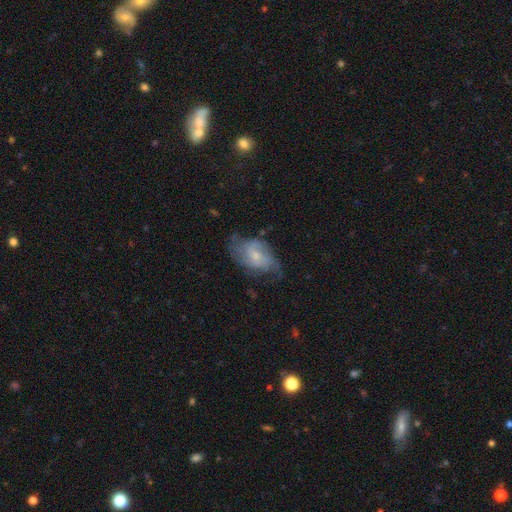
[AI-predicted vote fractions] featured or disk 65%, smooth 28%, star or artifact 7%. Down the decision tree: edge-on disk — no (96%); bar — no (62%); spiral arms — yes (84%); spiral arm count — 2 (41%); spiral winding — medium (44%); bulge size — small (53%); merging — none (50%).